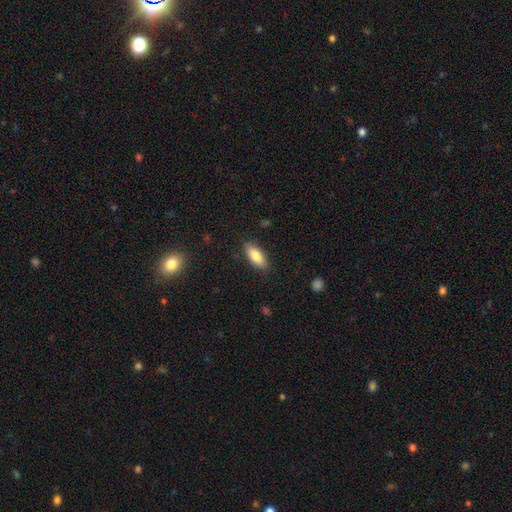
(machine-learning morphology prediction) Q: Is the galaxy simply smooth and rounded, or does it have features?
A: smooth — 82%.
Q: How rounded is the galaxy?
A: in between — 79%.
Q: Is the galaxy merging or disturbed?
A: none — 86%.